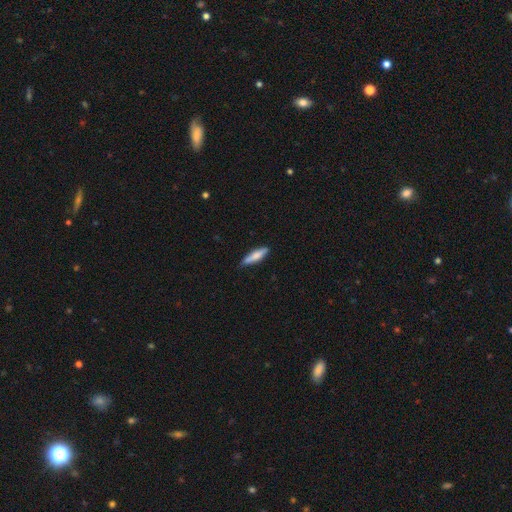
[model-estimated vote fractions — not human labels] smooth-or-featured: smooth: 70% | featured or disk: 25% | star or artifact: 6%
  how-rounded: cigar-shaped: 79% | in between: 20% | round: 2%
  merging: none: 82% | minor disturbance: 15% | major disturbance: 2% | merger: 1%